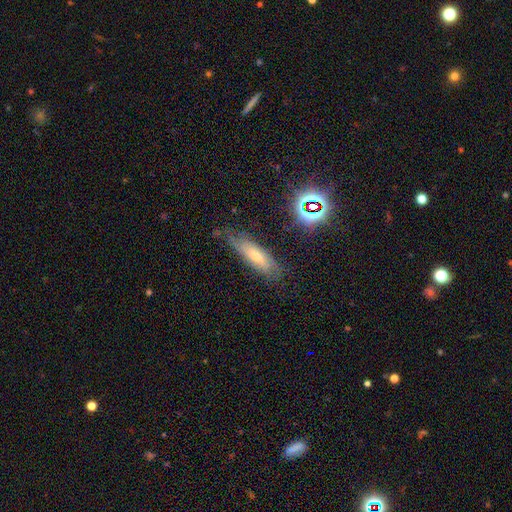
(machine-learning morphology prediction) Q: Smooth or featured?
A: featured or disk (46%); runner-up: smooth (38%)
Q: Merging?
A: none (65%); runner-up: minor disturbance (25%)